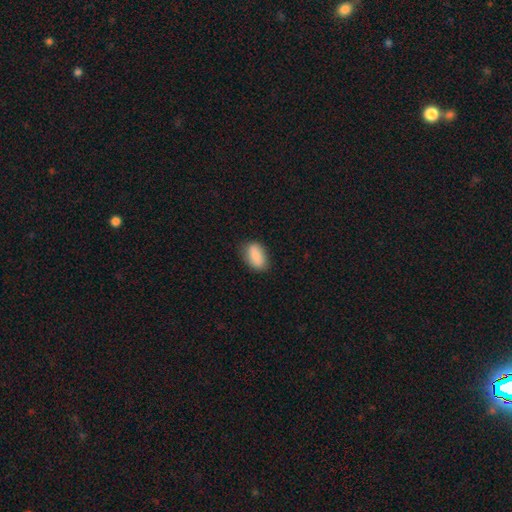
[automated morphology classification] smooth 86%, featured or disk 7%, star or artifact 7%. Down the decision tree: how rounded — in between (90%); merging — none (77%).